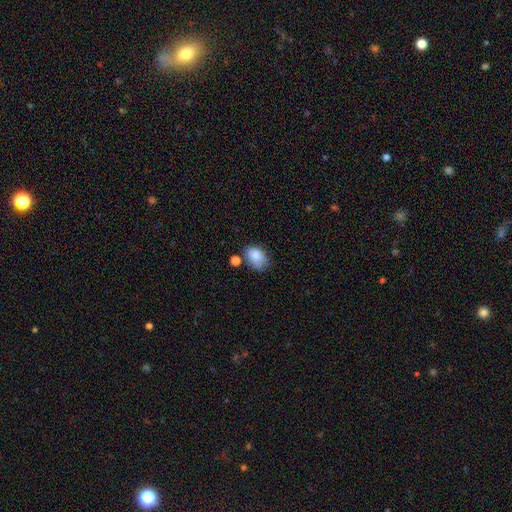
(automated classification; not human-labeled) Overall: smooth (79%). How rounded: in between (79%). Merging: none (47%; minor disturbance 29%).